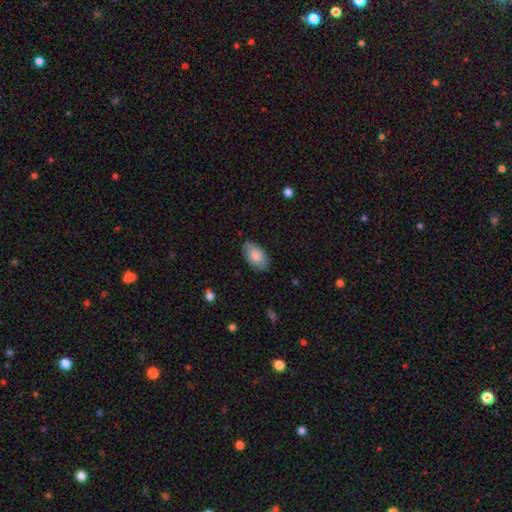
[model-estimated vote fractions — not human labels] Smooth or featured? Predicted: smooth (p=0.79). How rounded? Predicted: in between (p=0.94). Merging? Predicted: none (p=0.78).